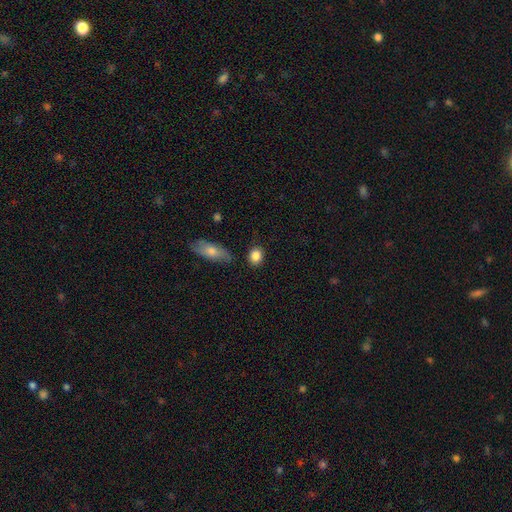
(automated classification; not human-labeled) This appears to be a smooth galaxy with no disk features (85%) that is round (59%). Merging: none (81%).